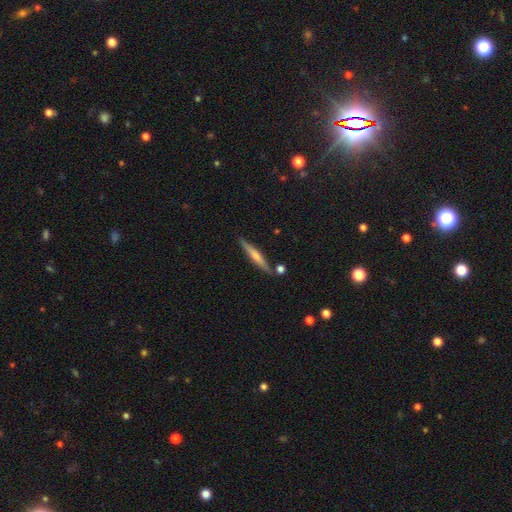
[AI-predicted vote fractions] Overall: featured or disk (49%; smooth 45%). Merging: none (82%).